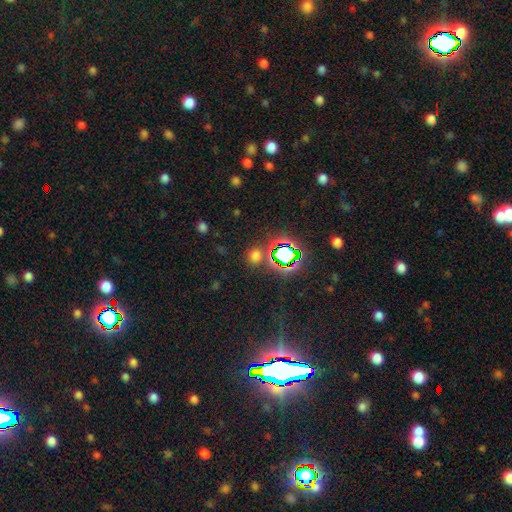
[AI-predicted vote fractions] This is possibly a smooth galaxy (57%). How rounded: clearly round (82%). Merging: likely none (79%).